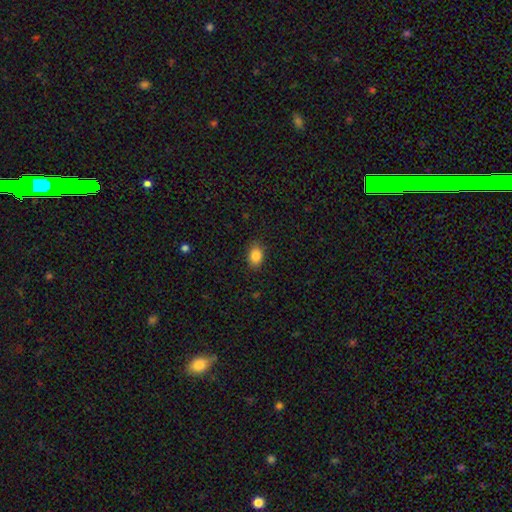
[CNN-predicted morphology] Smooth or featured? Predicted: smooth (p=0.85). How rounded? Predicted: in between (p=0.74). Merging? Predicted: none (p=0.86).